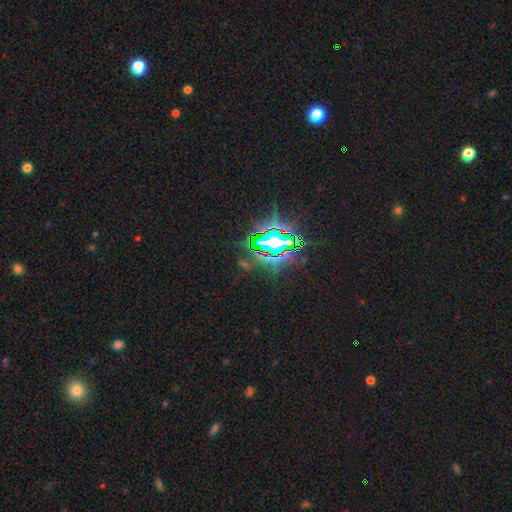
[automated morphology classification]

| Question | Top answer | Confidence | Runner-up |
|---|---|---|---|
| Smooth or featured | star or artifact | 85% | smooth (9%) |